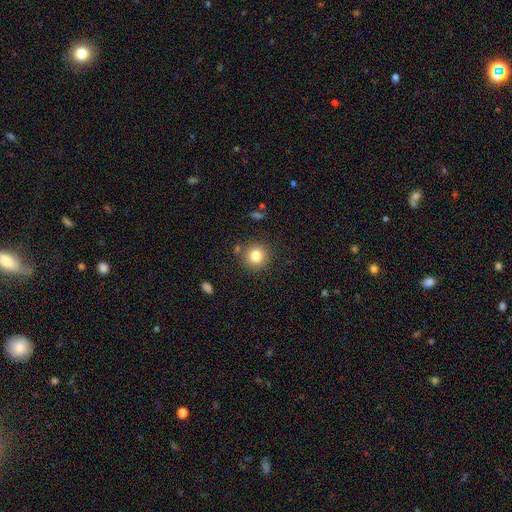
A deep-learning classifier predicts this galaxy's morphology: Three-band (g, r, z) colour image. It shows a smooth galaxy with no disk features (81%) that is round (93%). Merging: none (84%).